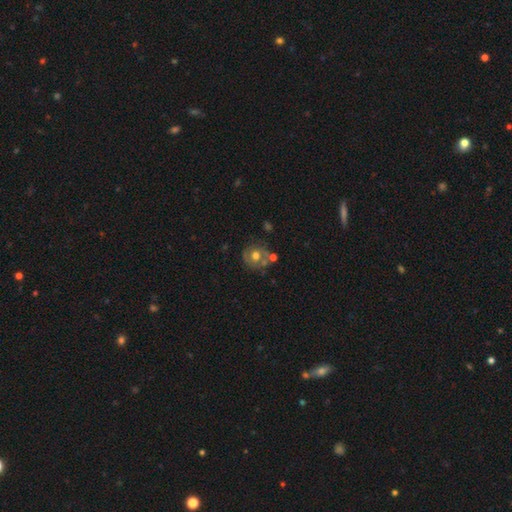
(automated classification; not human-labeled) Smooth or featured?
  - smooth: 48% *
  - featured or disk: 42%
  - star or artifact: 9%
Merging?
  - none: 60% *
  - minor disturbance: 17%
  - merger: 17%
  - major disturbance: 7%